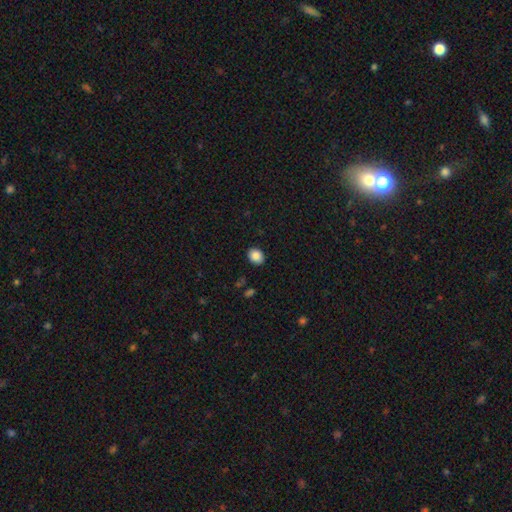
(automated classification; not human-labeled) The model was most divided on "how rounded": round: 51%, in between: 48%, cigar-shaped: 1%. More confident: merging — none (89%); smooth or featured — smooth (86%).